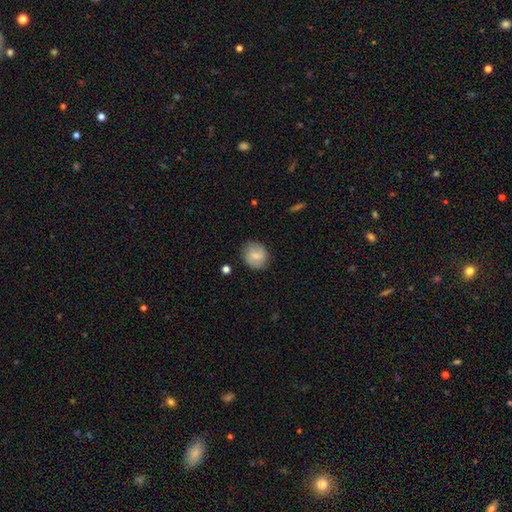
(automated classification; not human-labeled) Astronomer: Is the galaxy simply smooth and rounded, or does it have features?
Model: smooth — 74%.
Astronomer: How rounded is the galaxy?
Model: round — 76%.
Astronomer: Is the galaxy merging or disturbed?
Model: none — 80%.